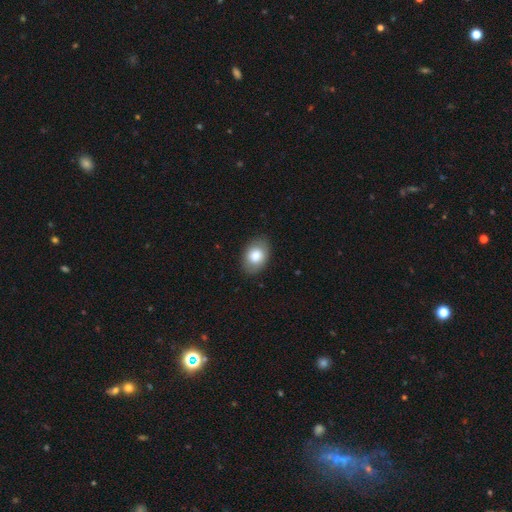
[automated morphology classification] Smooth or featured? smooth (81%)
How rounded? in between (84%)
Merging? none (85%)